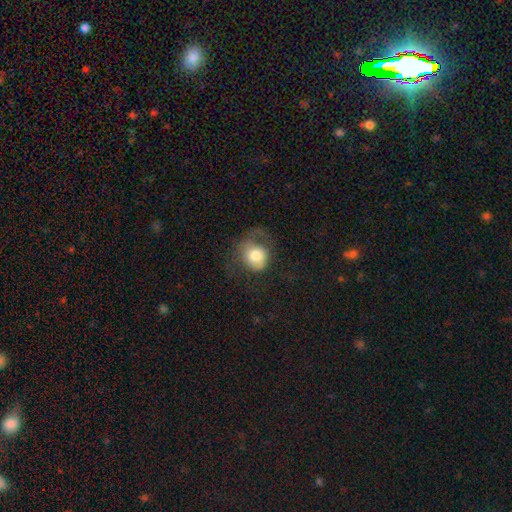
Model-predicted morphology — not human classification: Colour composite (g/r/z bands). It shows a smooth galaxy with no disk features (72%) that is round (72%). Merging: major disturbance (39%).